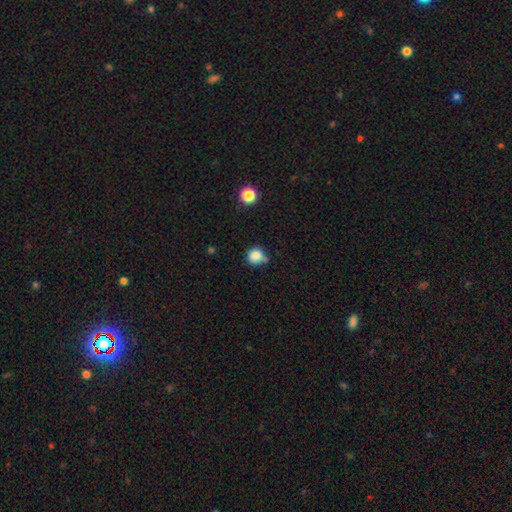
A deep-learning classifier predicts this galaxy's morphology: smooth 83%, star or artifact 11%, featured or disk 6%. Down the decision tree: how rounded — round (83%); merging — none (55%).